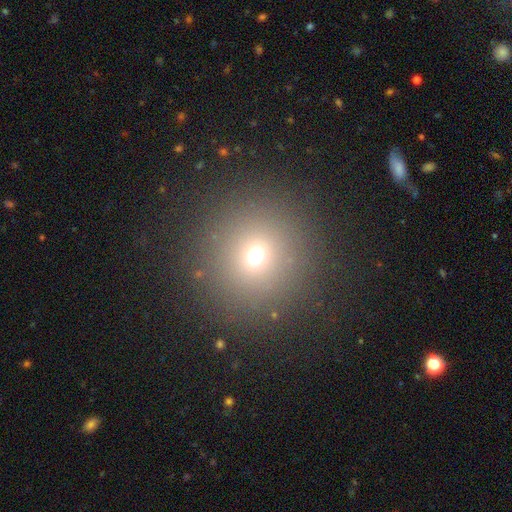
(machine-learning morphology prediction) smooth 66%, star or artifact 26%, featured or disk 8%. Down the decision tree: how rounded — round (91%); merging — none (86%).